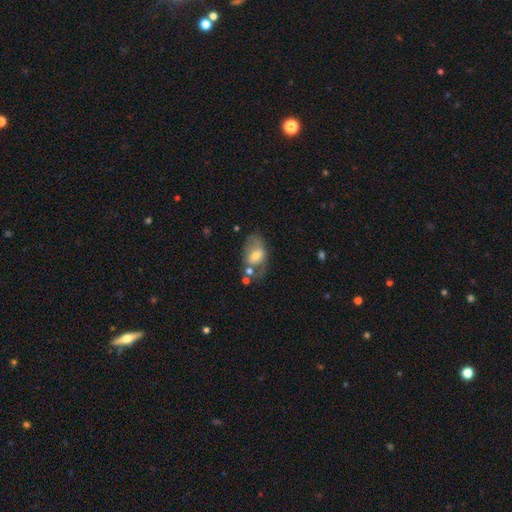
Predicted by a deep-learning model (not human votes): Morphology: type=smooth (48%); merging=none (42%).